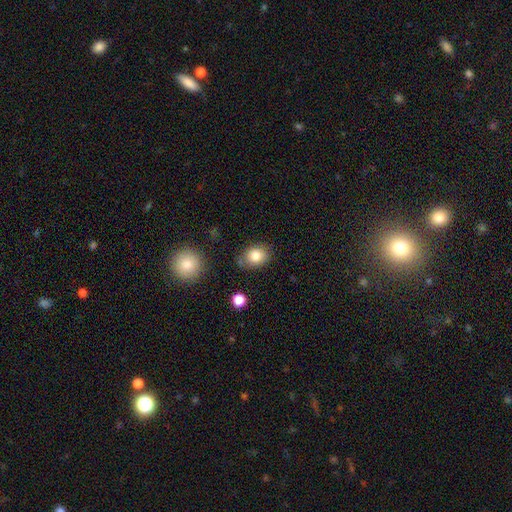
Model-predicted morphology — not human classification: Smooth or featured?
  - smooth: 82% *
  - star or artifact: 9%
  - featured or disk: 9%
How rounded?
  - in between: 52% *
  - round: 47%
  - cigar-shaped: 1%
Merging?
  - none: 75% *
  - minor disturbance: 16%
  - merger: 5%
  - major disturbance: 4%